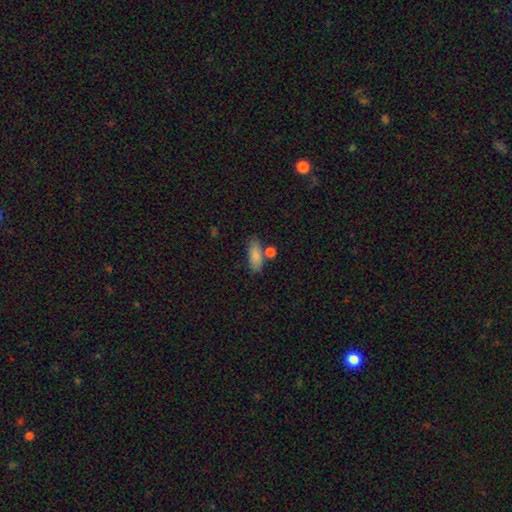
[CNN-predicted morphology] The model was most divided on "how rounded": in between: 72%, cigar-shaped: 24%, round: 4%. More confident: smooth or featured — smooth (83%); merging — none (65%).